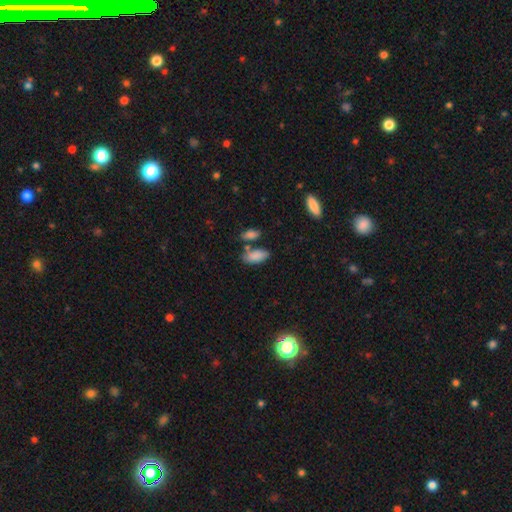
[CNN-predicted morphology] The model was most divided on "merging": none: 60%, merger: 18%, minor disturbance: 17%, major disturbance: 5%. More confident: how rounded — in between (90%); smooth or featured — smooth (85%).